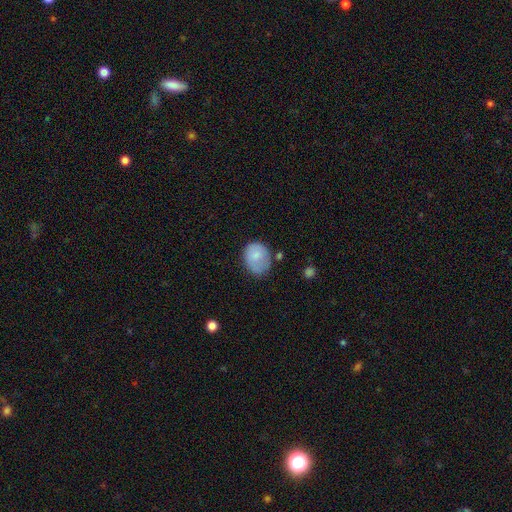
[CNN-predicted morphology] Smooth or featured: smooth — 78% (featured or disk — 14%)
How rounded: round — 50% (in between — 49%)
Merging: none — 52% (minor disturbance — 31%)